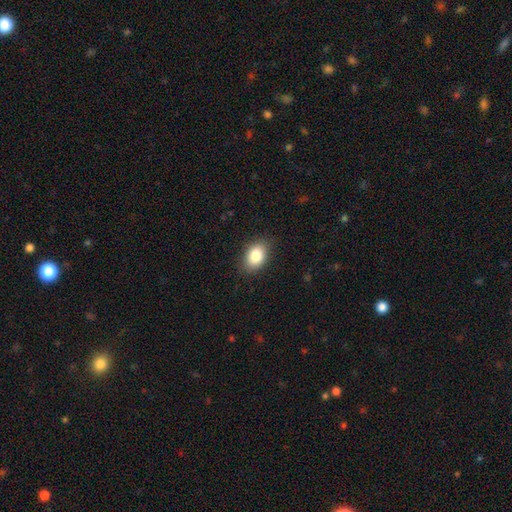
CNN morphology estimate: Smooth or featured?
  - smooth: 86% *
  - star or artifact: 8%
  - featured or disk: 6%
How rounded?
  - in between: 84% *
  - round: 15%
  - cigar-shaped: 1%
Merging?
  - none: 84% *
  - minor disturbance: 12%
  - major disturbance: 3%
  - merger: 1%